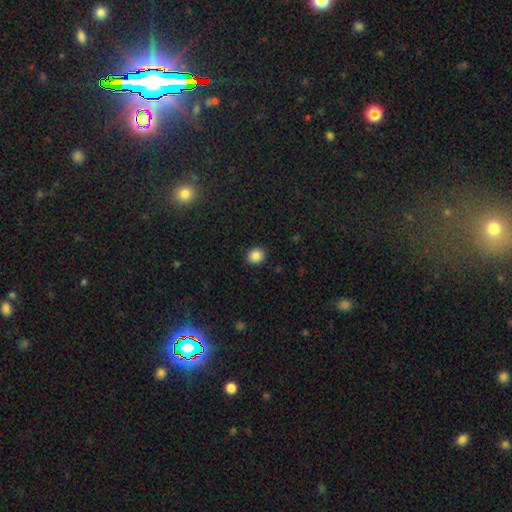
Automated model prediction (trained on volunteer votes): This appears to be a smooth galaxy with no disk features (87%) that is round (86%). Merging: none (91%).